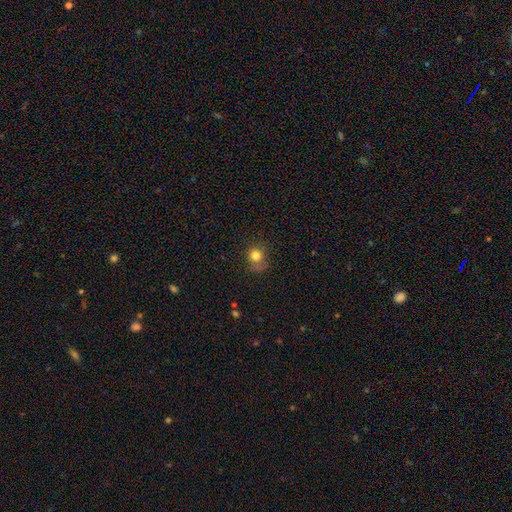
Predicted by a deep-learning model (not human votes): Smooth or featured? smooth (78%)
How rounded? round (79%)
Merging? none (58%)